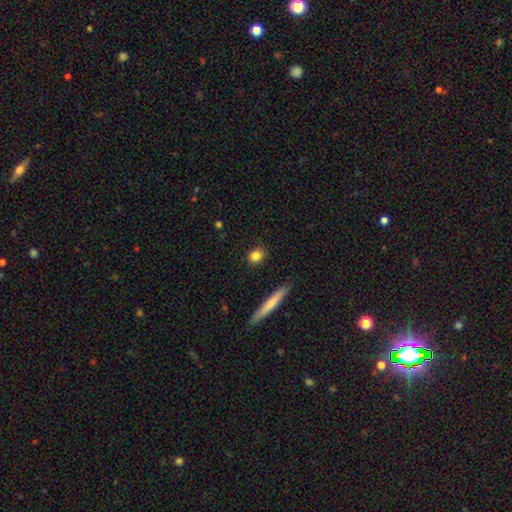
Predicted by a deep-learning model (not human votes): Q: Smooth or featured?
A: smooth (82%); runner-up: featured or disk (9%)
Q: How rounded?
A: round (71%); runner-up: in between (22%)
Q: Merging?
A: none (87%); runner-up: minor disturbance (9%)